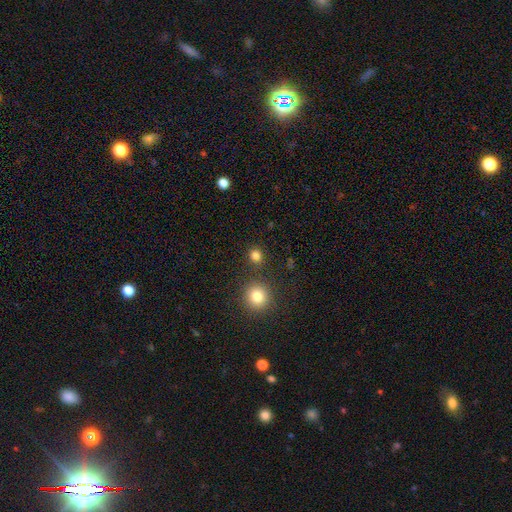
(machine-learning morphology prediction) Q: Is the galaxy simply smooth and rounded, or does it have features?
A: smooth — 81%.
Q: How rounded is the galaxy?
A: round — 80%.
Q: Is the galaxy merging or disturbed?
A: none — 83%.